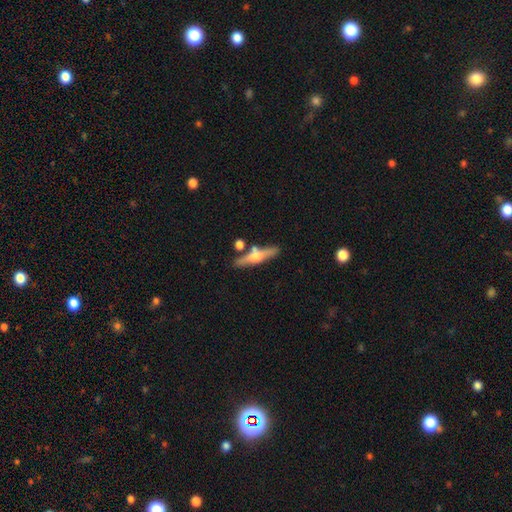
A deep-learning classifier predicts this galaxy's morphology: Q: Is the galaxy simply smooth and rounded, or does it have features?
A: featured or disk — 53%.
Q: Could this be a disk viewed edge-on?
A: yes — 94%.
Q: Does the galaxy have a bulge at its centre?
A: rounded — 90%.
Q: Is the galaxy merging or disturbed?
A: none — 75%.